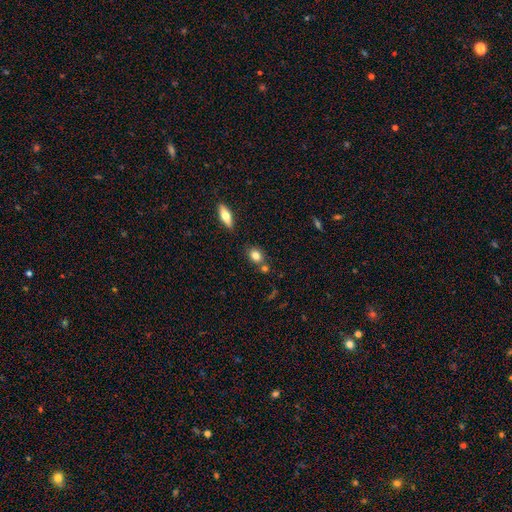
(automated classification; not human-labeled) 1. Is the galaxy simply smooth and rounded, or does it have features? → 79% smooth, 11% featured or disk, 10% star or artifact.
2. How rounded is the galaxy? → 51% in between, 47% round, 3% cigar-shaped.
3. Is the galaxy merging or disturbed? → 68% none, 16% merger, 13% minor disturbance, 3% major disturbance.